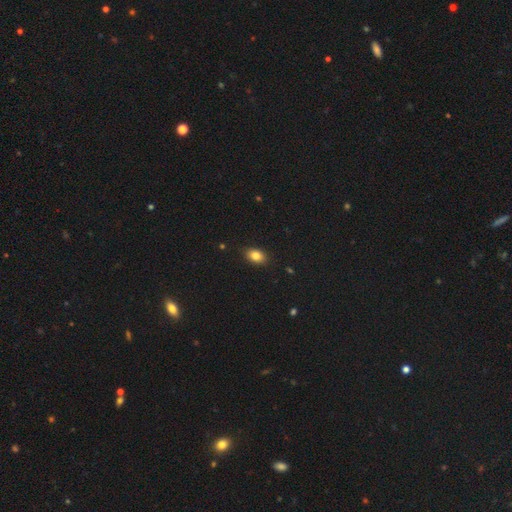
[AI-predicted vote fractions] A smooth galaxy with no disk features (83%) that is in between round and cigar-shaped (83%). Merging: none (88%).